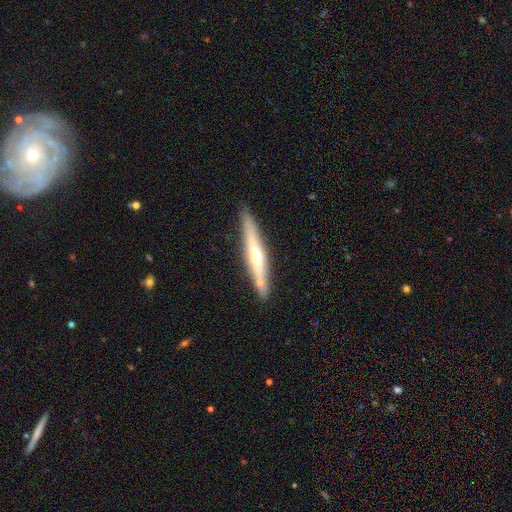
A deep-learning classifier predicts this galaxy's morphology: Smooth or featured?
  - featured or disk: 63% *
  - smooth: 31%
  - star or artifact: 6%
Edge-on disk?
  - yes: 93% *
  - no: 7%
Edge-on bulge?
  - rounded: 82% *
  - none: 13%
  - boxy: 5%
Merging?
  - none: 81% *
  - minor disturbance: 11%
  - merger: 5%
  - major disturbance: 2%